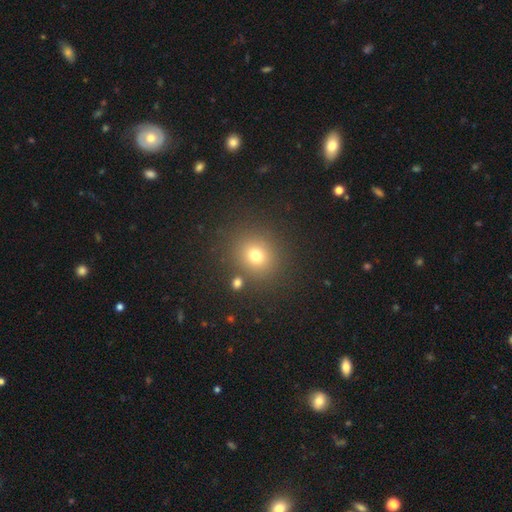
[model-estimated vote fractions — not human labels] smooth_or_featured: smooth (p=0.74) [alt: star or artifact p=0.17]
how_rounded: round (p=0.83) [alt: in between p=0.16]
merging: none (p=0.84) [alt: minor disturbance p=0.08]